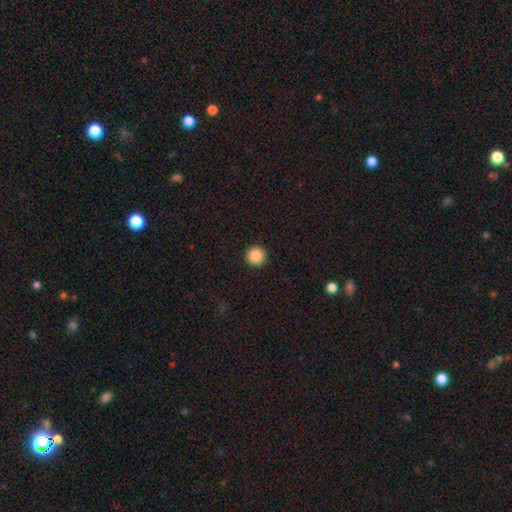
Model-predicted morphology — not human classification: smooth_or_featured: smooth (p=0.87) [alt: star or artifact p=0.09]
how_rounded: round (p=0.96) [alt: in between p=0.03]
merging: none (p=0.93) [alt: minor disturbance p=0.04]